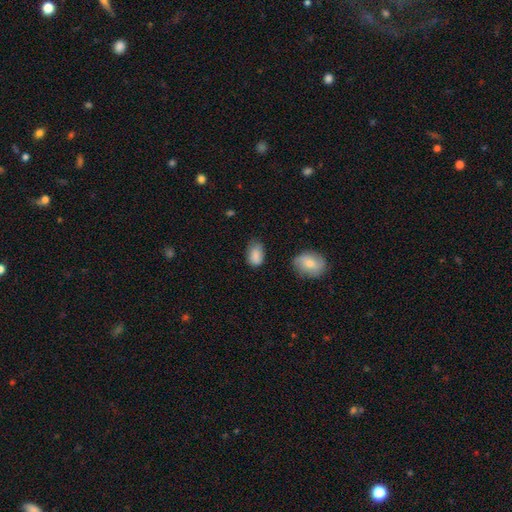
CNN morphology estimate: Q: Smooth or featured?
A: smooth (85%); runner-up: star or artifact (8%)
Q: How rounded?
A: in between (89%); runner-up: round (9%)
Q: Merging?
A: none (58%); runner-up: minor disturbance (32%)